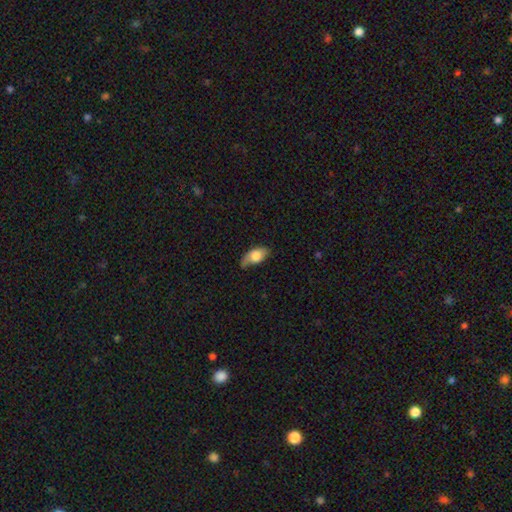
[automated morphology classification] A smooth galaxy with no disk features (71%) that is in between round and cigar-shaped (89%). Merging: none (49%).